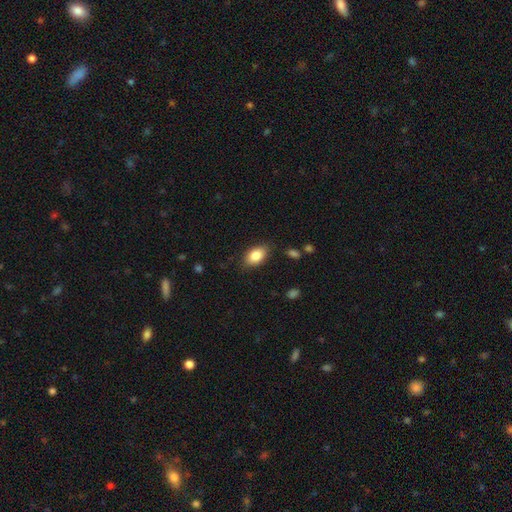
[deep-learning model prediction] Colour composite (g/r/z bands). It shows a smooth galaxy with no disk features (84%) that is in between round and cigar-shaped (89%). Merging: none (83%).